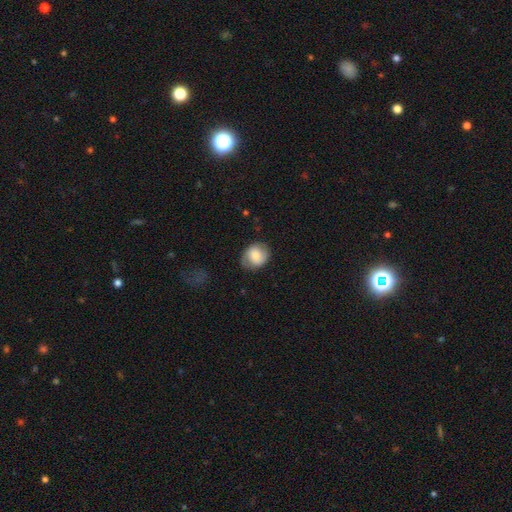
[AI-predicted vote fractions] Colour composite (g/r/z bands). It shows a smooth galaxy with no disk features (67%) that is round (64%). Merging: none (72%).